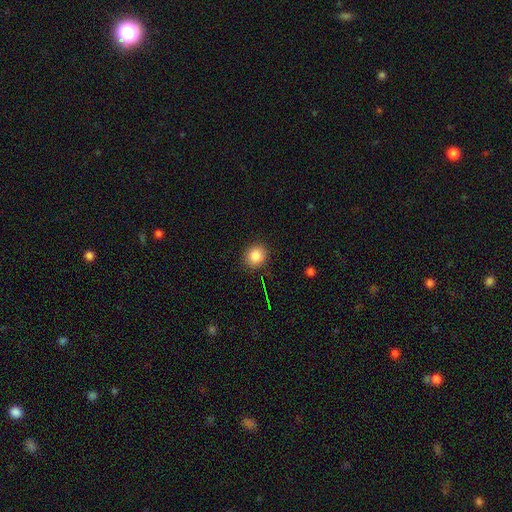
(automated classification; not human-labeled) Smooth or featured? Predicted: smooth (p=0.85). How rounded? Predicted: round (p=0.75). Merging? Predicted: none (p=0.88).